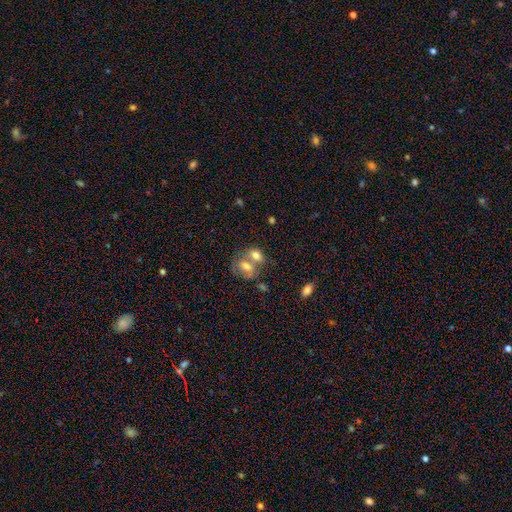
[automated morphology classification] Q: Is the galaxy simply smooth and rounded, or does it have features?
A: smooth — 73%.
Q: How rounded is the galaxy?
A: in between — 76%.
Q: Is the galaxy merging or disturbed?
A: merger — 63%.